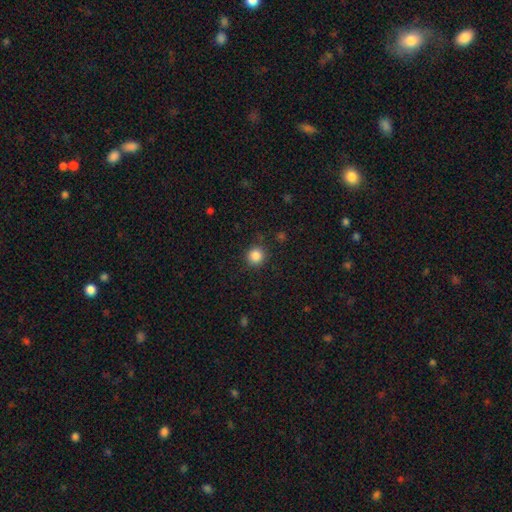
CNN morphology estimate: Smooth or featured?
  - smooth: 86% *
  - star or artifact: 11%
  - featured or disk: 3%
How rounded?
  - round: 92% *
  - in between: 7%
  - cigar-shaped: 1%
Merging?
  - none: 88% *
  - minor disturbance: 8%
  - major disturbance: 3%
  - merger: 1%